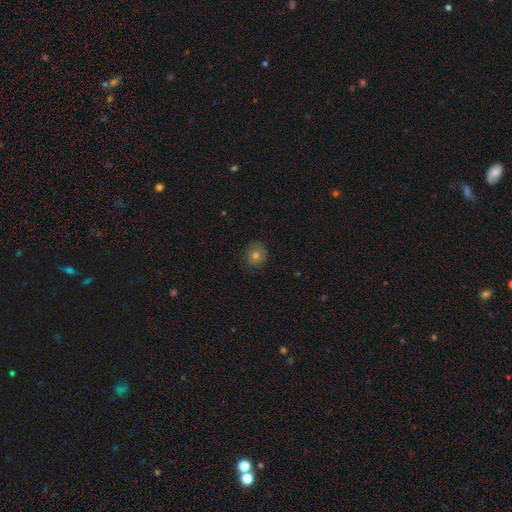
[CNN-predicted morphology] This appears to be a smooth galaxy with no disk features (68%) that is round (87%). Merging: none (83%).